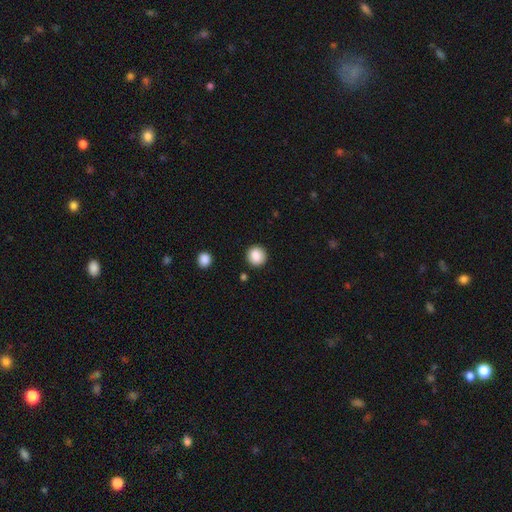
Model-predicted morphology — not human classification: Overall: smooth (88%). How rounded: round (92%). Merging: none (89%).